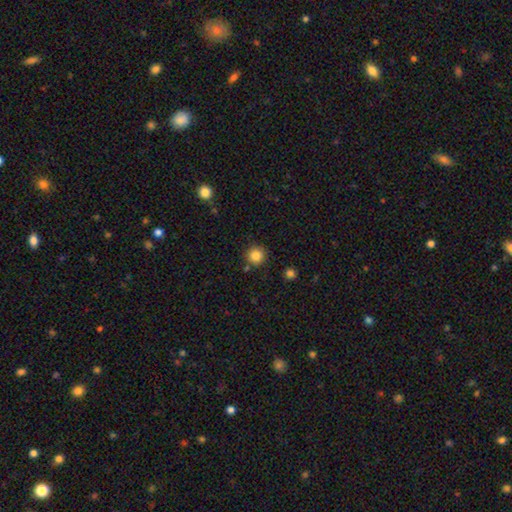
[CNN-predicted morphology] This is clearly a smooth galaxy (84%). How rounded: clearly round (94%). Merging: clearly none (85%).